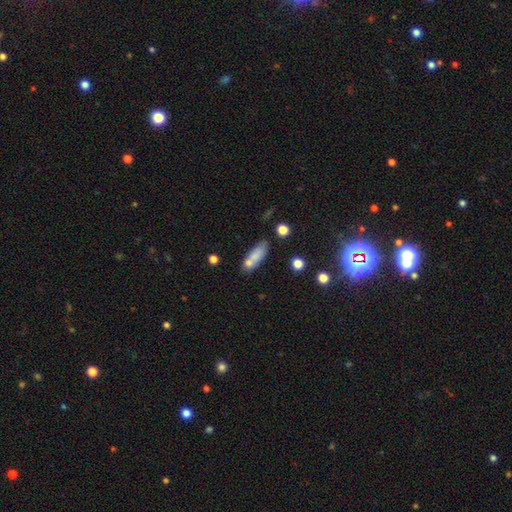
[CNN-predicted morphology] type=smooth (78%); roundness=in between (60%); merging=none (57%).